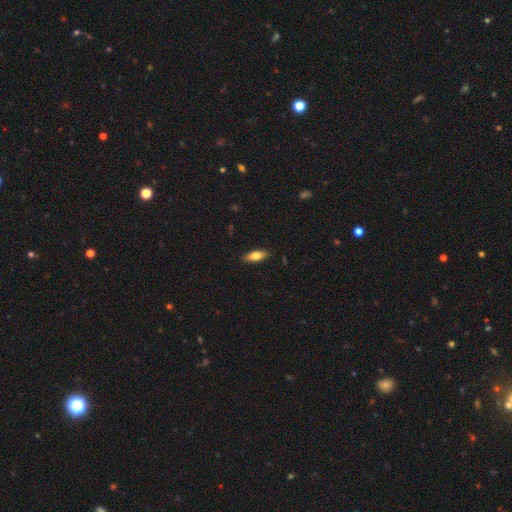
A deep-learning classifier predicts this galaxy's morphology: Smooth or featured: smooth — 77% (featured or disk — 17%)
How rounded: in between — 71% (cigar-shaped — 27%)
Merging: none — 88% (minor disturbance — 9%)